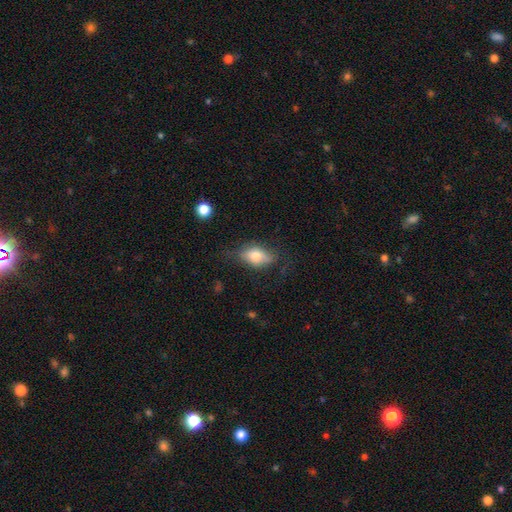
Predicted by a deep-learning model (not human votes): smooth 66%, featured or disk 26%, star or artifact 8%. Down the decision tree: how rounded — in between (85%); merging — none (63%).